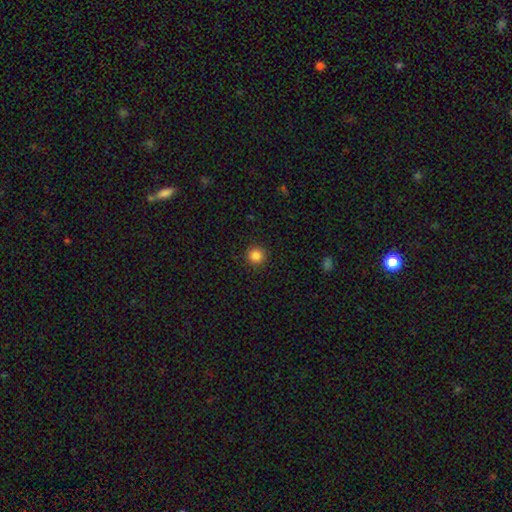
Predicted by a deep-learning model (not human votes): Smooth or featured? smooth (85%)
How rounded? round (95%)
Merging? none (92%)